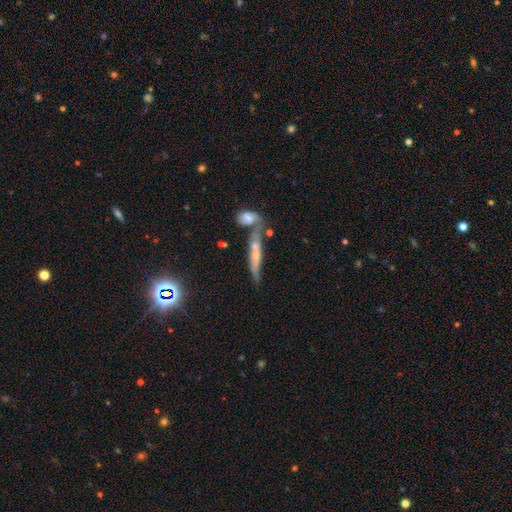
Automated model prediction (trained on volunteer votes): A featured or disk galaxy (47%). Merging: none (41%).